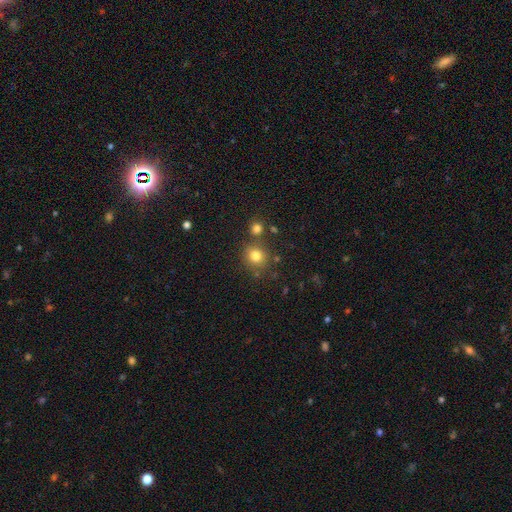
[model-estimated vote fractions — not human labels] smooth_or_featured: smooth (p=0.79) [alt: star or artifact p=0.14]
how_rounded: round (p=0.85) [alt: in between p=0.14]
merging: none (p=0.75) [alt: merger p=0.12]